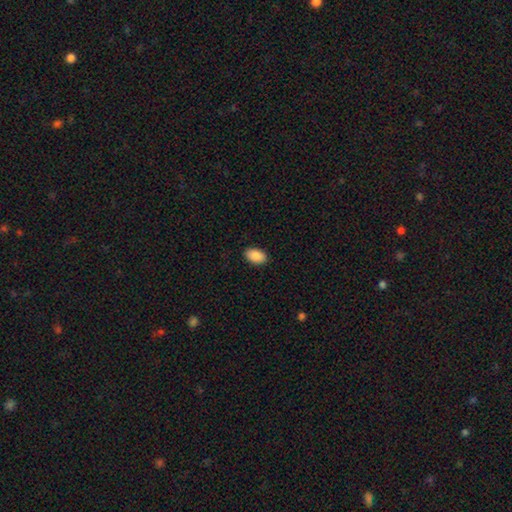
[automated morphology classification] This appears to be a smooth galaxy with no disk features (90%) that is in between round and cigar-shaped (92%). Merging: none (88%).